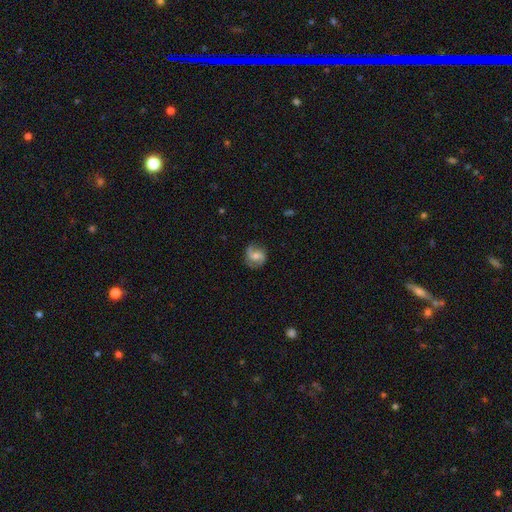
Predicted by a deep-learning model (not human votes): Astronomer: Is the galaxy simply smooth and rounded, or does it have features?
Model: featured or disk — 67%.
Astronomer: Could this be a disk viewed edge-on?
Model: no — 98%.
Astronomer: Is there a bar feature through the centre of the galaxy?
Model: no — 48% (runner-up: weak, 41%).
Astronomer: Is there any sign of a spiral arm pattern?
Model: yes — 93%.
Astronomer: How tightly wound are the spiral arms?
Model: medium — 48% (runner-up: loose, 28%).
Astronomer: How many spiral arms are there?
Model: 2 — 83%.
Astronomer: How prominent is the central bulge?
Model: moderate — 49% (runner-up: small, 38%).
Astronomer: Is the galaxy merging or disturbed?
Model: none — 72%.